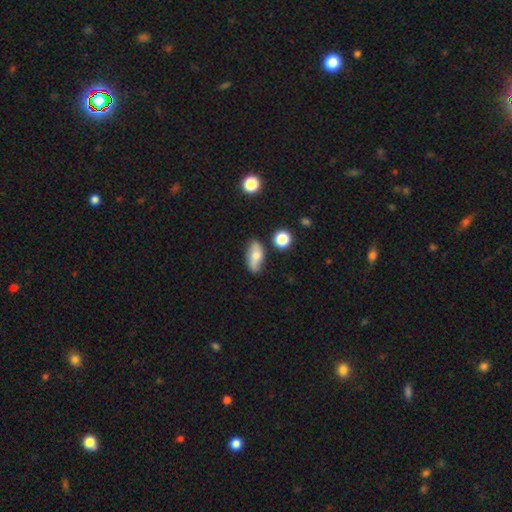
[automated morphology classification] A smooth galaxy with no disk features (69%) that is in between round and cigar-shaped (83%). Merging: none (76%).